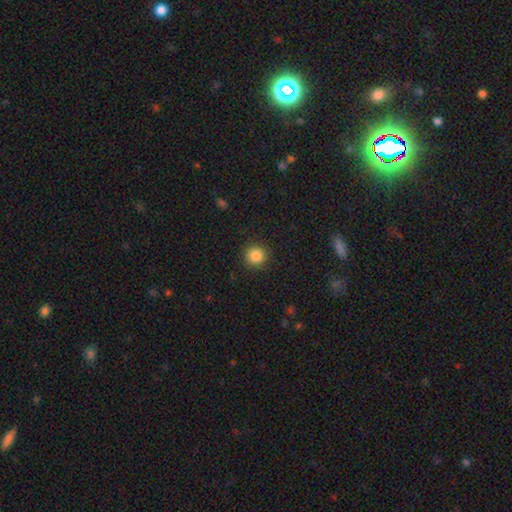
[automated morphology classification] Smooth or featured?
  - smooth: 86% *
  - star or artifact: 11%
  - featured or disk: 4%
How rounded?
  - round: 94% *
  - in between: 5%
  - cigar-shaped: 1%
Merging?
  - none: 91% *
  - minor disturbance: 6%
  - major disturbance: 2%
  - merger: 1%